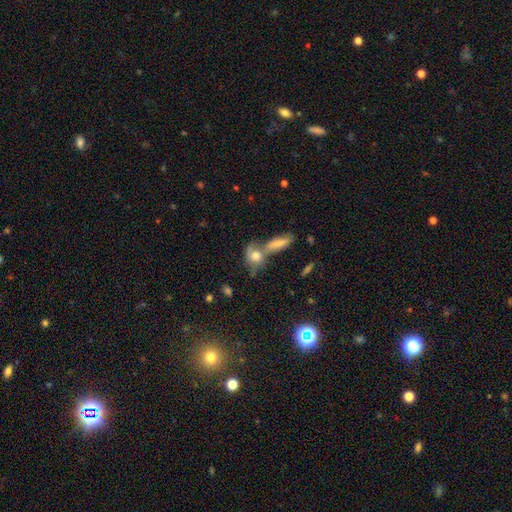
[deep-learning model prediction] A smooth galaxy with no disk features (59%) that is in between round and cigar-shaped (48%).

Vote fractions:
- Smooth or featured? smooth: 59% / featured or disk: 30% / star or artifact: 12%
- How rounded? in between: 48% / round: 42% / cigar-shaped: 10%
- Merging? merger: 43% / none: 36% / minor disturbance: 13% / major disturbance: 8%